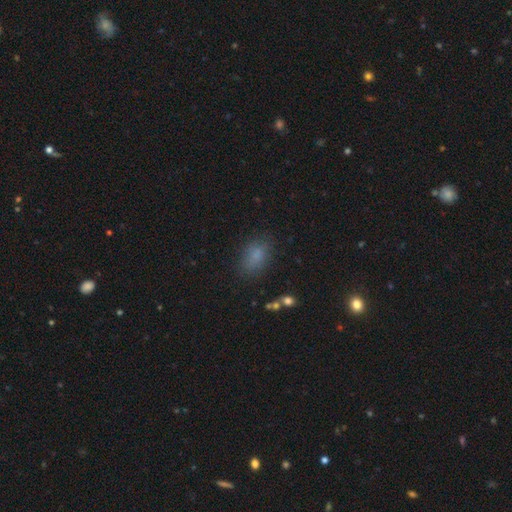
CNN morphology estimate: Q: Smooth or featured?
A: smooth (79%); runner-up: star or artifact (14%)
Q: How rounded?
A: in between (82%); runner-up: round (16%)
Q: Merging?
A: none (76%); runner-up: minor disturbance (17%)